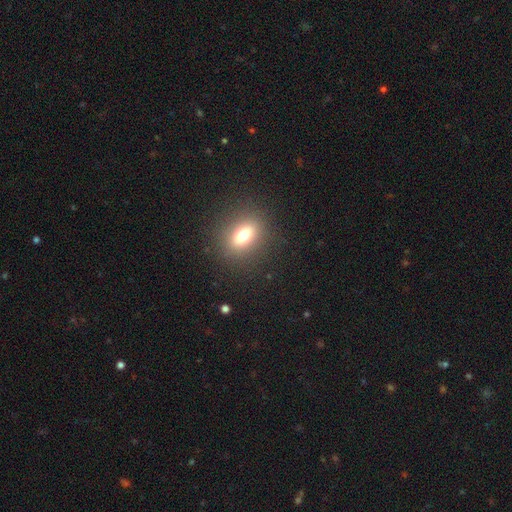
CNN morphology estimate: A smooth galaxy with no disk features (60%) that is round (50%). Merging: none (92%).